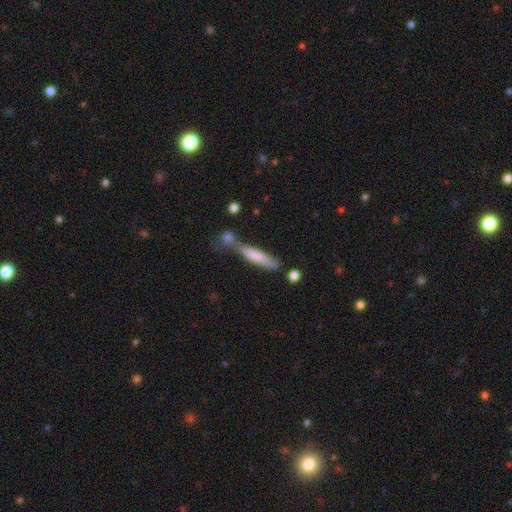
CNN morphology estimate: Overall: smooth (71%). How rounded: cigar-shaped (85%). Merging: none (43%; merger 30%).